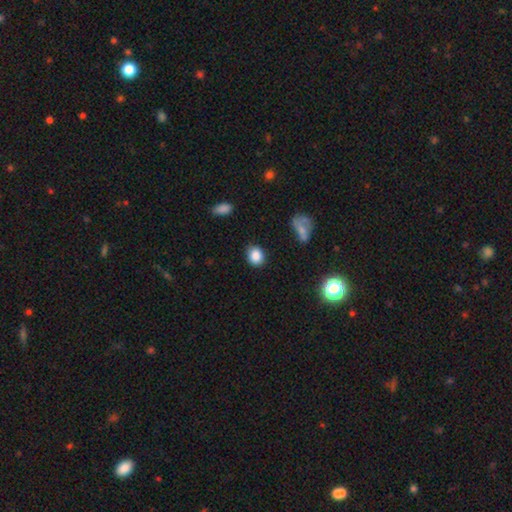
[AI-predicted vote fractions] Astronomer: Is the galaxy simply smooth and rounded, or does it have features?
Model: smooth — 86%.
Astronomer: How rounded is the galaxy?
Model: round — 64%.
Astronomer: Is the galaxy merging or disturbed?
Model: none — 83%.